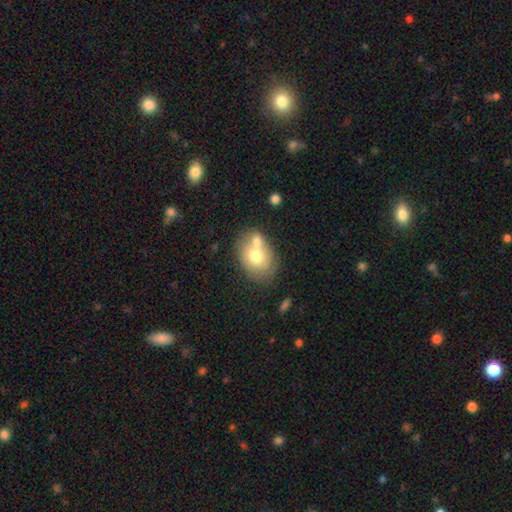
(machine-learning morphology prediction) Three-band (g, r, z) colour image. It shows a smooth galaxy with no disk features (69%) that is in between round and cigar-shaped (60%). Merging: merger (42%).